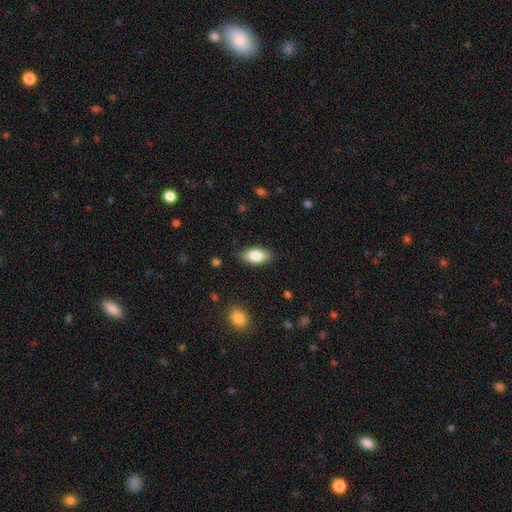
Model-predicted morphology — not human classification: type=smooth (81%); roundness=in between (90%); merging=none (85%).